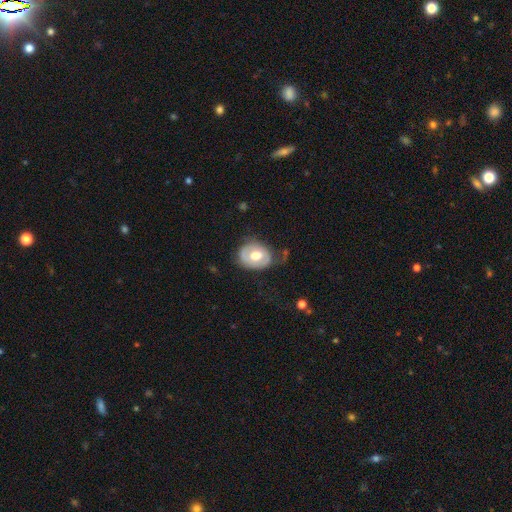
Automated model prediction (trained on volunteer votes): Smooth or featured?
  - smooth: 50% *
  - featured or disk: 44%
  - star or artifact: 6%
Merging?
  - none: 60% *
  - minor disturbance: 26%
  - major disturbance: 12%
  - merger: 2%